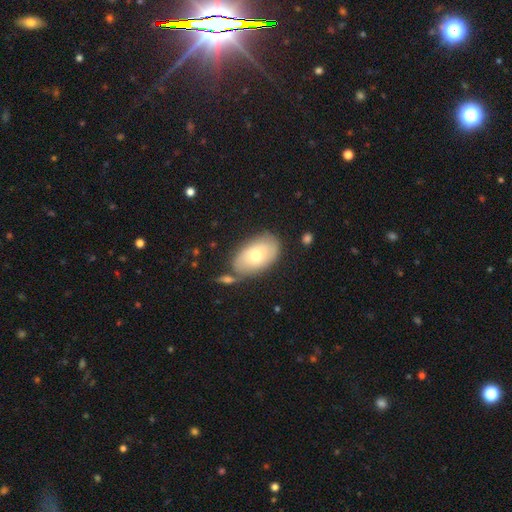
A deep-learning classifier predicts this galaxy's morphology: The model was most divided on "smooth or featured": smooth: 65%, featured or disk: 28%, star or artifact: 7%. More confident: how rounded — in between (91%); merging — none (70%).